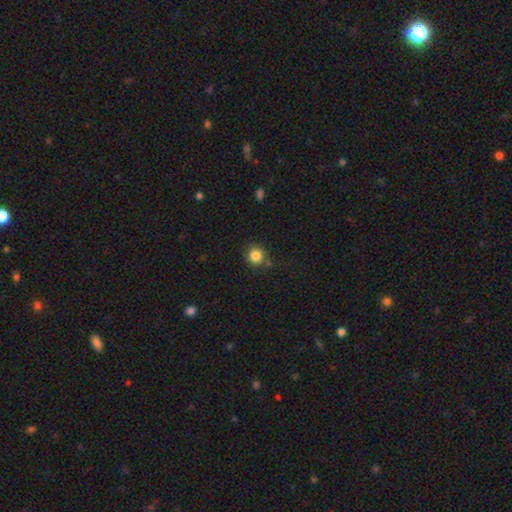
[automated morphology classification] Smooth or featured?
  - smooth: 85% *
  - star or artifact: 11%
  - featured or disk: 4%
How rounded?
  - round: 93% *
  - in between: 6%
  - cigar-shaped: 1%
Merging?
  - none: 81% *
  - minor disturbance: 10%
  - merger: 5%
  - major disturbance: 3%